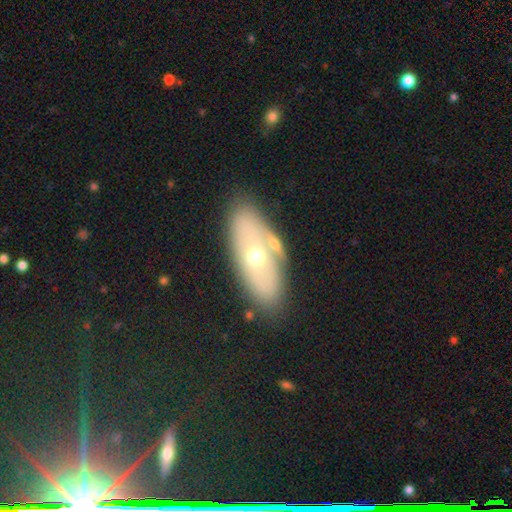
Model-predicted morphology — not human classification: The model was most divided on "smooth or featured": smooth: 47%, featured or disk: 45%, star or artifact: 8%. More confident: merging — none (72%).